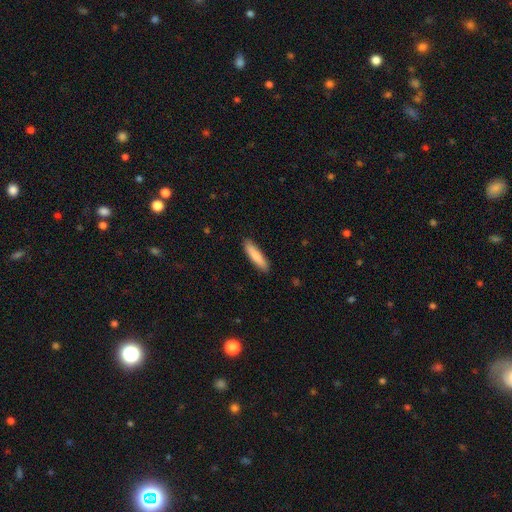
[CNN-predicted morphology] smooth-or-featured: smooth: 84% | featured or disk: 11% | star or artifact: 5%
  how-rounded: cigar-shaped: 79% | in between: 20% | round: 1%
  merging: none: 89% | minor disturbance: 8% | major disturbance: 2% | merger: 1%